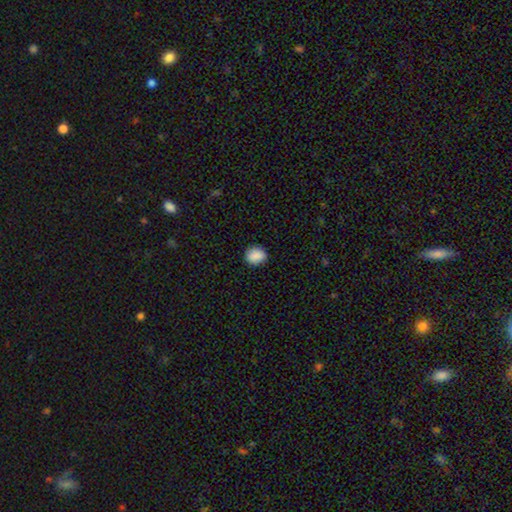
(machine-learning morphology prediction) Smooth or featured? Predicted: smooth (p=0.89). How rounded? Predicted: round (p=0.70). Merging? Predicted: none (p=0.87).